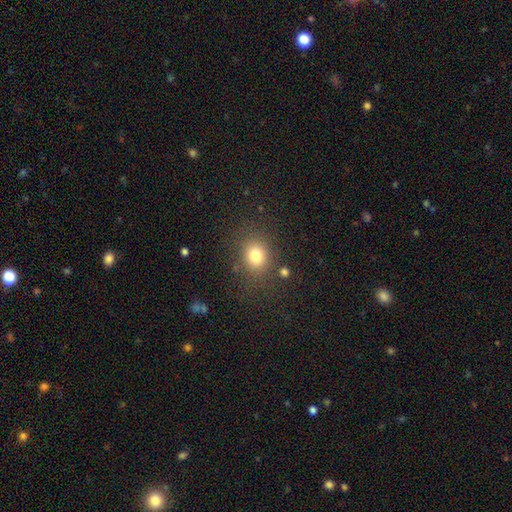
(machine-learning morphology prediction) This appears to be a smooth galaxy with no disk features (79%) that is round (64%). Merging: none (79%).